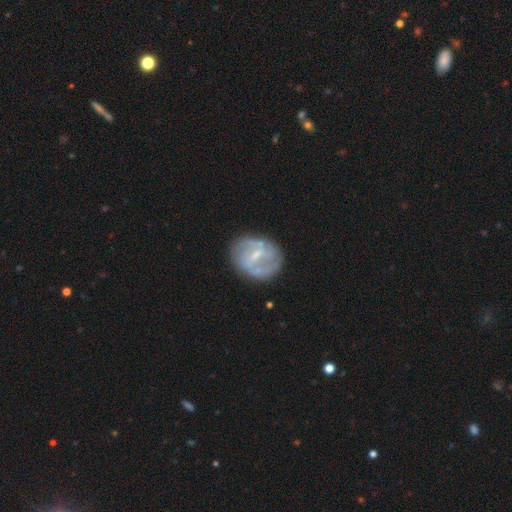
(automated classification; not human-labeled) Smooth or featured?
  - featured or disk: 73% *
  - smooth: 20%
  - star or artifact: 6%
Edge-on disk?
  - no: 97% *
  - yes: 3%
Bar?
  - weak: 54% *
  - strong: 27%
  - no: 19%
Spiral arms?
  - yes: 73% *
  - no: 27%
Spiral winding?
  - medium: 41% *
  - tight: 31%
  - loose: 28%
Spiral arm count?
  - 2: 57% *
  - can't tell: 27%
  - 3: 7%
  - 1: 4%
  - 4: 3%
  - more than 4: 2%
Bulge size?
  - small: 61% *
  - moderate: 26%
  - none: 11%
  - large: 2%
  - dominant: 1%
Merging?
  - none: 68% *
  - minor disturbance: 19%
  - major disturbance: 9%
  - merger: 3%